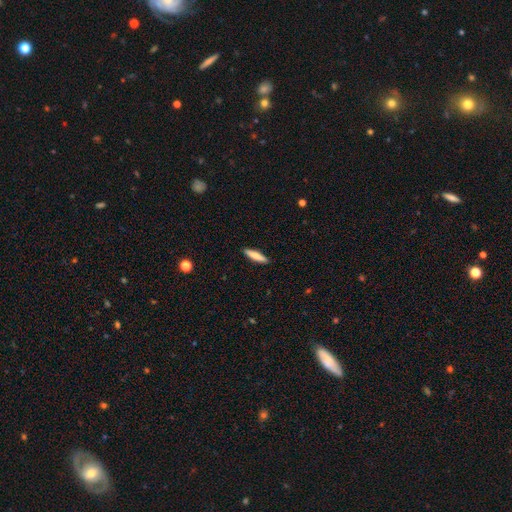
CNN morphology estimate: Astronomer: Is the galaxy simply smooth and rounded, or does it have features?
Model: smooth — 74%.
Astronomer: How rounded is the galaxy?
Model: cigar-shaped — 83%.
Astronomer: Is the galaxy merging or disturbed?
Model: none — 90%.